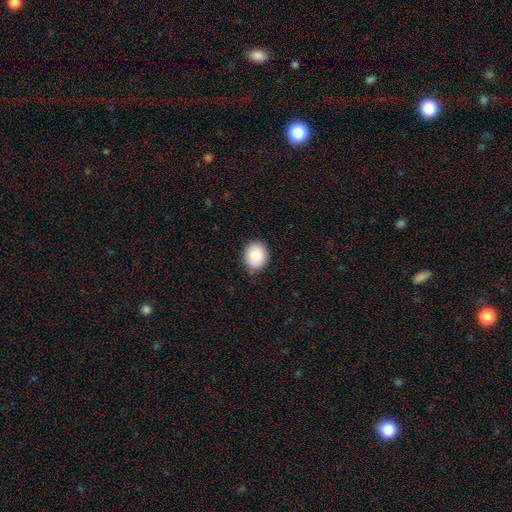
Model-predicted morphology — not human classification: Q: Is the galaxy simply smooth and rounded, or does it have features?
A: smooth — 83%.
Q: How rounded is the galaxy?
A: round — 51%.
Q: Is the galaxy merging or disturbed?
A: none — 87%.